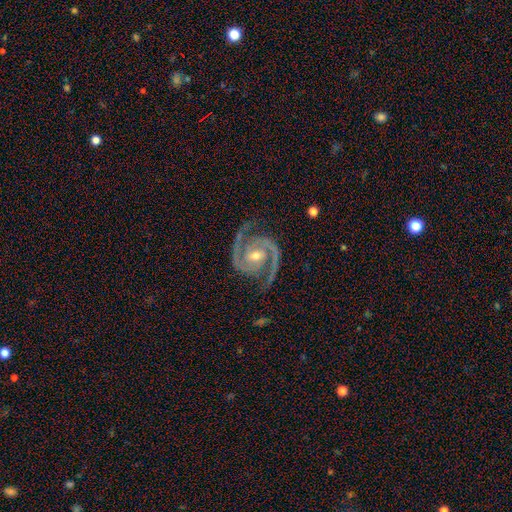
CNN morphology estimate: Q: Smooth or featured?
A: featured or disk (94%); runner-up: star or artifact (4%)
Q: Edge-on disk?
A: no (98%); runner-up: yes (2%)
Q: Bar?
A: no (43%); runner-up: weak (35%)
Q: Spiral arms?
A: yes (99%); runner-up: no (1%)
Q: Spiral winding?
A: medium (52%); runner-up: tight (42%)
Q: Spiral arm count?
A: 2 (94%); runner-up: 3 (2%)
Q: Bulge size?
A: moderate (57%); runner-up: small (39%)
Q: Merging?
A: none (83%); runner-up: minor disturbance (13%)